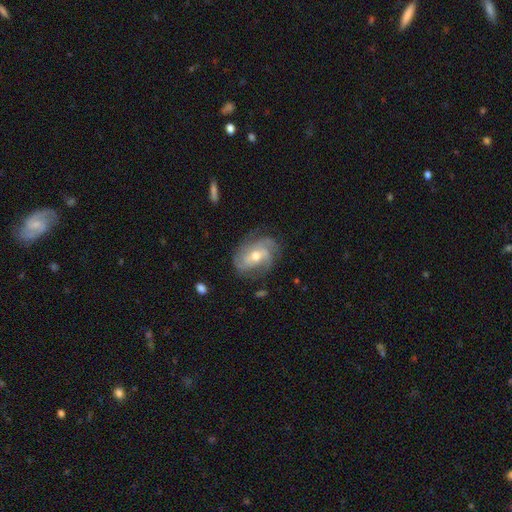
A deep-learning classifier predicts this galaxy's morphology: Smooth or featured?
  - featured or disk: 79% *
  - smooth: 14%
  - star or artifact: 7%
Edge-on disk?
  - no: 96% *
  - yes: 4%
Bar?
  - no: 51% *
  - weak: 38%
  - strong: 11%
Spiral arms?
  - yes: 91% *
  - no: 9%
Spiral winding?
  - medium: 41% *
  - tight: 38%
  - loose: 21%
Spiral arm count?
  - 3: 31% *
  - can't tell: 27%
  - 2: 19%
  - 4: 14%
  - 1: 5%
  - more than 4: 5%
Bulge size?
  - moderate: 68% *
  - small: 25%
  - large: 5%
  - none: 1%
  - dominant: 1%
Merging?
  - none: 67% *
  - minor disturbance: 21%
  - major disturbance: 10%
  - merger: 2%